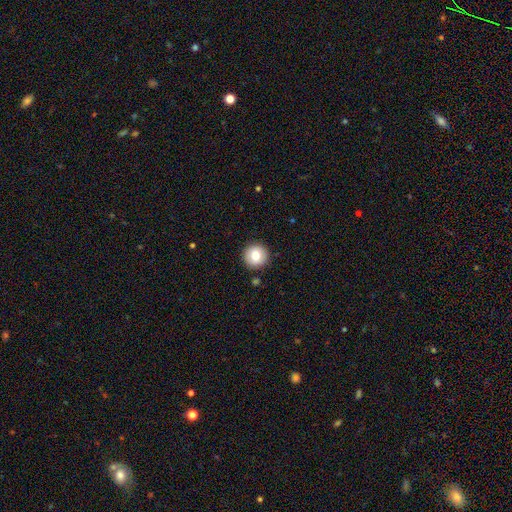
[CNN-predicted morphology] Q: Smooth or featured?
A: smooth (79%); runner-up: featured or disk (13%)
Q: How rounded?
A: round (96%); runner-up: in between (3%)
Q: Merging?
A: none (91%); runner-up: minor disturbance (6%)